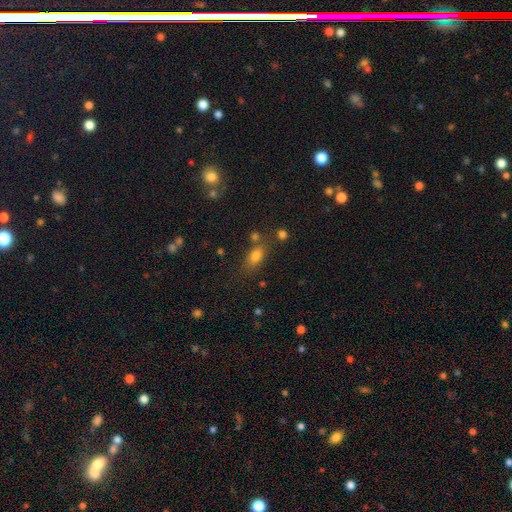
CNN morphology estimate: Overall: smooth (77%). How rounded: in between (79%). Merging: none (66%).